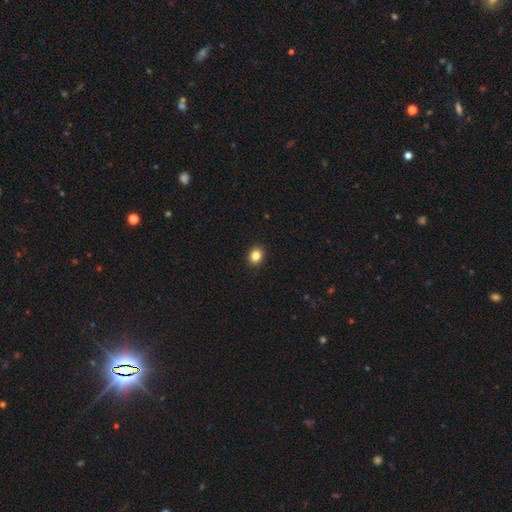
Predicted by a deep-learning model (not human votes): smooth-or-featured: smooth: 84% | star or artifact: 11% | featured or disk: 5%
  how-rounded: round: 66% | in between: 34% | cigar-shaped: 1%
  merging: none: 92% | minor disturbance: 6% | major disturbance: 2% | merger: 1%